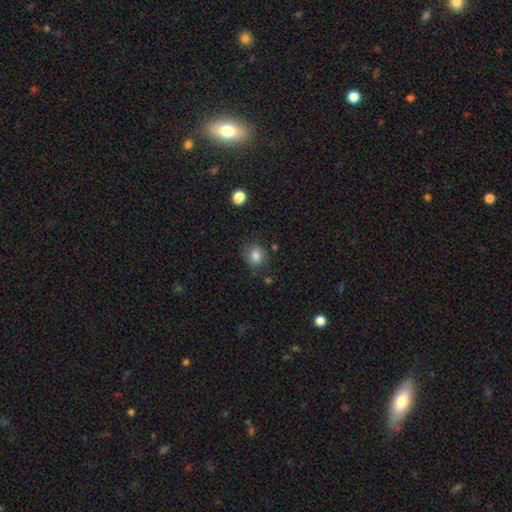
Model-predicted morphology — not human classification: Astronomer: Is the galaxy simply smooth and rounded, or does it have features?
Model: smooth — 80%.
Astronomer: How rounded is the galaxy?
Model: round — 63%.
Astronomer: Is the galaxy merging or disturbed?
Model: none — 72%.